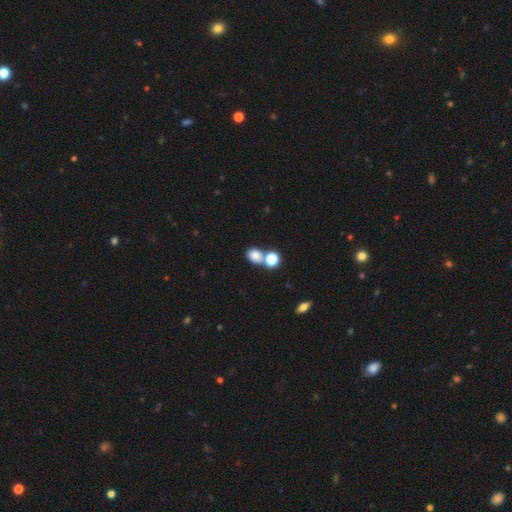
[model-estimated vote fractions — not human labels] A smooth galaxy with no disk features (79%) that is in between round and cigar-shaped (51%).

Vote fractions:
- Smooth or featured? smooth: 79% / star or artifact: 13% / featured or disk: 8%
- How rounded? in between: 51% / round: 47% / cigar-shaped: 1%
- Merging? none: 48% / merger: 39% / minor disturbance: 9% / major disturbance: 4%